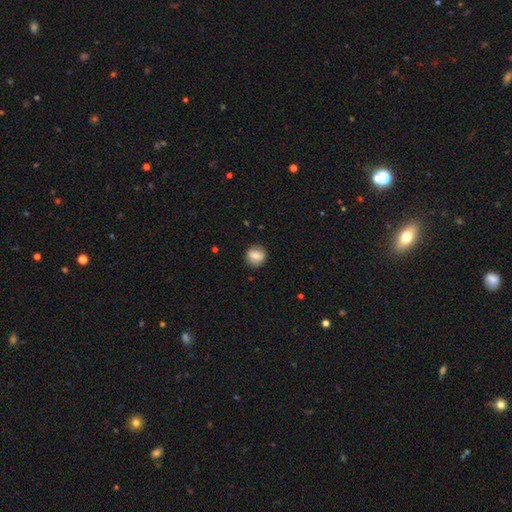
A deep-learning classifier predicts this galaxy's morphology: Smooth or featured? smooth (70%)
How rounded? round (84%)
Merging? none (85%)